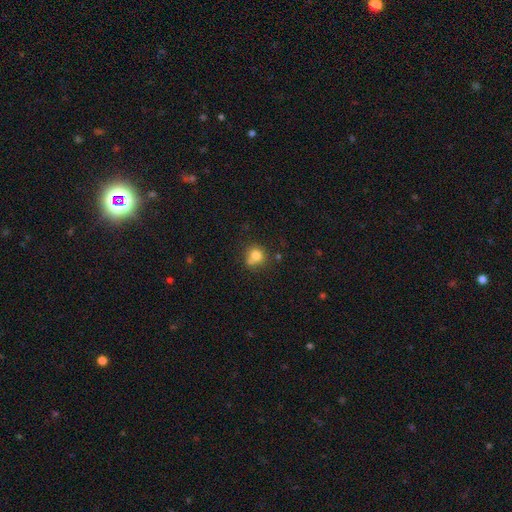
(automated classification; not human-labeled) Smooth or featured: smooth — 77% (star or artifact — 11%)
How rounded: round — 86% (in between — 13%)
Merging: none — 58% (merger — 25%)